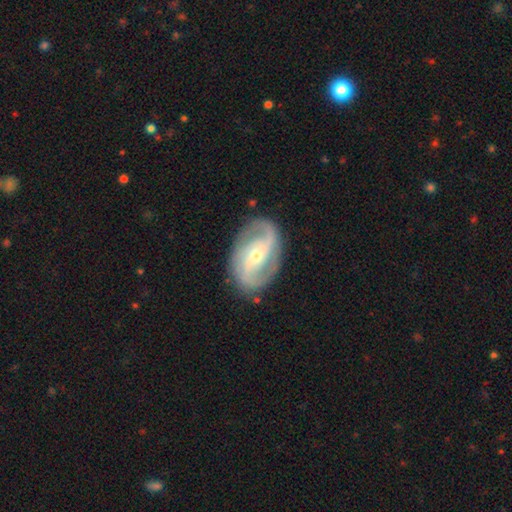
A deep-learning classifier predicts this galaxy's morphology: A featured or disk galaxy (88%) with a weak bar (38%), 2 (88%) medium (49%) spiral arms (96%) and a small central bulge (53%). Merging: none (82%).